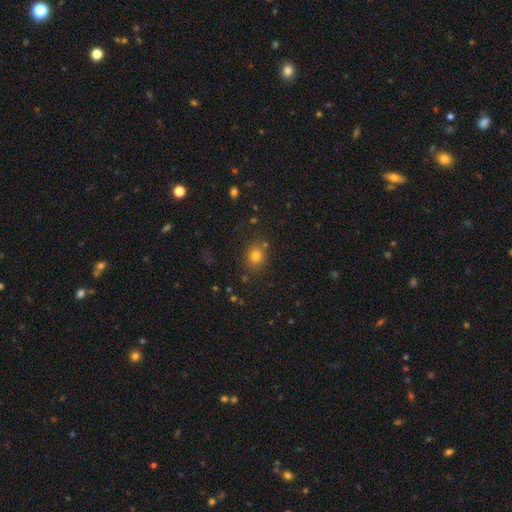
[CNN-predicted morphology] Smooth or featured? Predicted: smooth (p=0.77). How rounded? Predicted: round (p=0.67). Merging? Predicted: none (p=0.81).